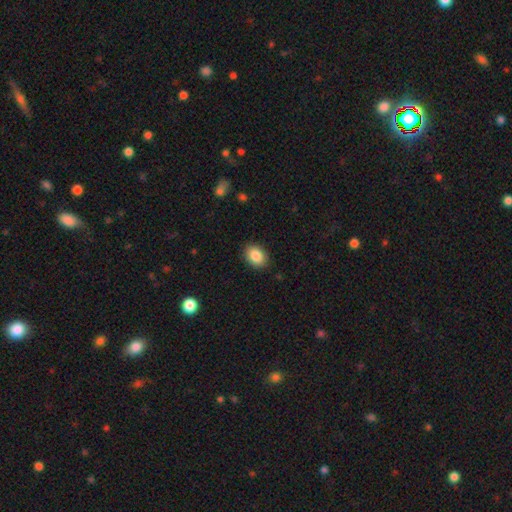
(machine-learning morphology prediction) This appears to be a smooth galaxy with no disk features (87%) that is in between round and cigar-shaped (72%). Merging: none (88%).